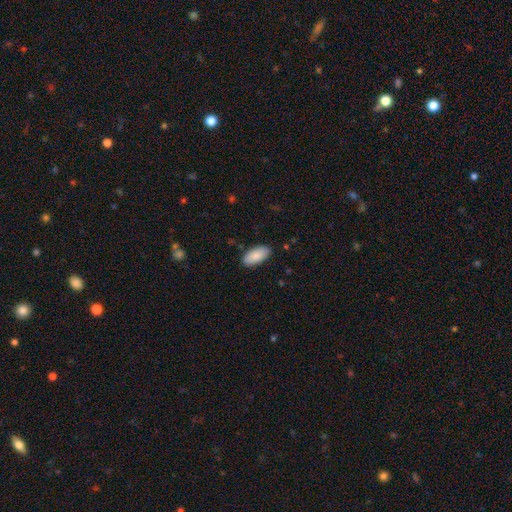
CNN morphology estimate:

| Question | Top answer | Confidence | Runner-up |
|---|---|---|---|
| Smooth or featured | smooth | 88% | star or artifact (6%) |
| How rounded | in between | 93% | cigar-shaped (5%) |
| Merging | none | 86% | minor disturbance (10%) |